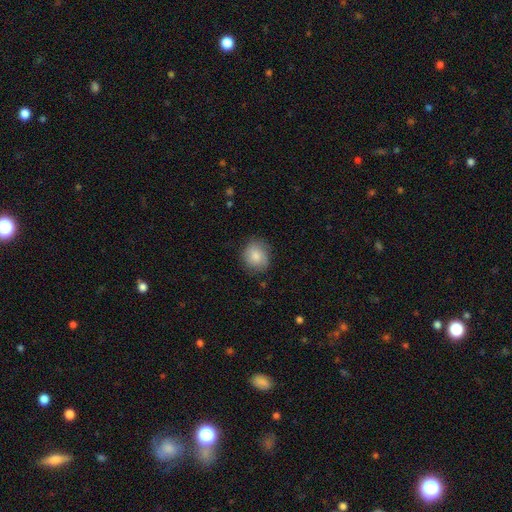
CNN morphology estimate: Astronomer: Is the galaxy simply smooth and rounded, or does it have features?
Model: smooth — 83%.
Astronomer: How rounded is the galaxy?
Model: round — 75%.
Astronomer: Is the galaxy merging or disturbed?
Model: none — 78%.